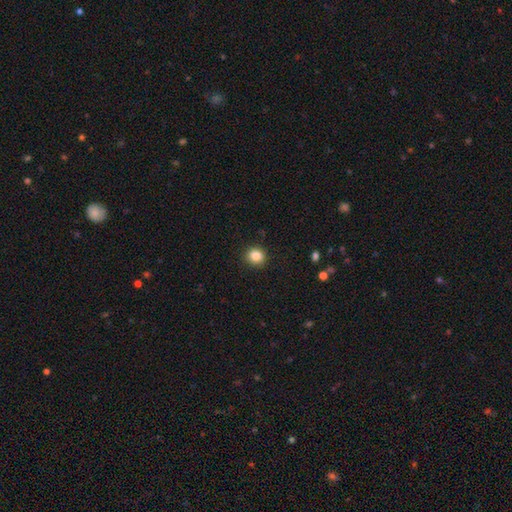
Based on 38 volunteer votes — Overall: smooth (89%). How rounded: round (94%). Merging: none (91%).